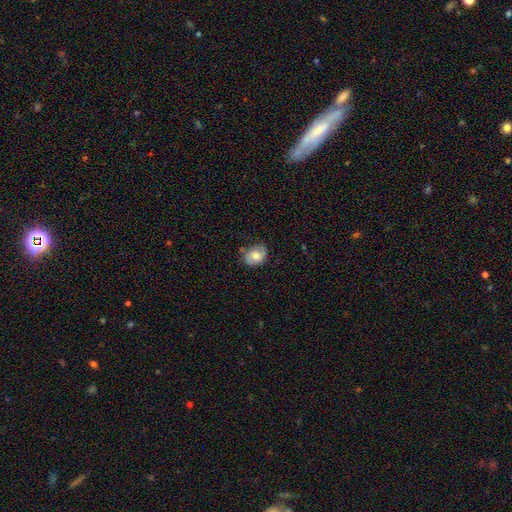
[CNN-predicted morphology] This is likely a smooth galaxy (65%). How rounded: possibly in between (60%). Merging: likely none (67%).